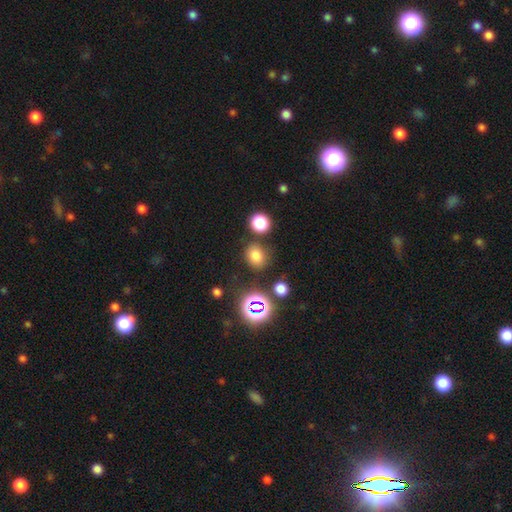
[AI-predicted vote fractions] smooth-or-featured: smooth: 74% | star or artifact: 19% | featured or disk: 6%
  how-rounded: round: 57% | in between: 42% | cigar-shaped: 1%
  merging: none: 78% | minor disturbance: 11% | merger: 7% | major disturbance: 4%